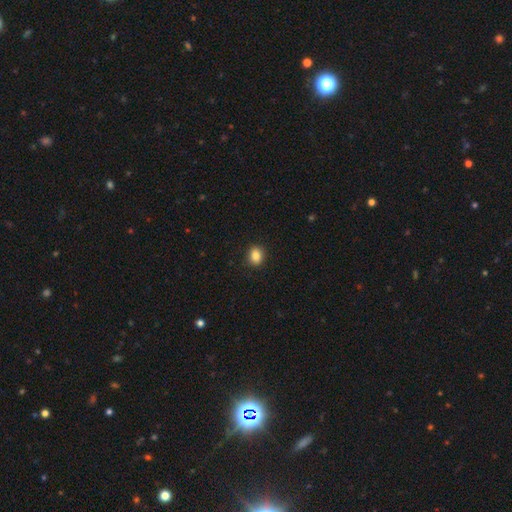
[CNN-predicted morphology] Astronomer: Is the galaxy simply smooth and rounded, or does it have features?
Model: smooth — 85%.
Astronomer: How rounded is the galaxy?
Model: round — 56% (runner-up: in between, 43%).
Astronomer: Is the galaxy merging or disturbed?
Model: none — 91%.